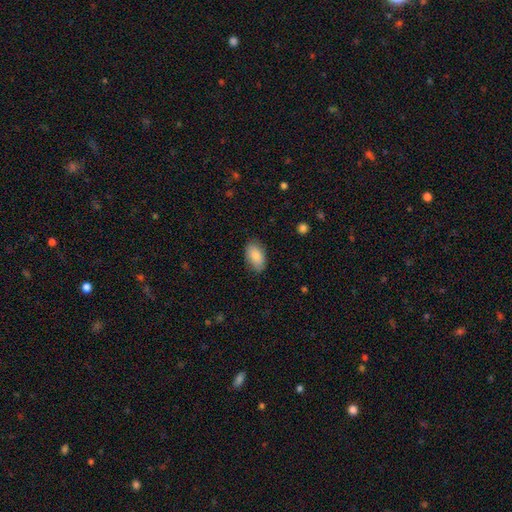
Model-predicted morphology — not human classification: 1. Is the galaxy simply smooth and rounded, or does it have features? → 86% smooth, 7% featured or disk, 6% star or artifact.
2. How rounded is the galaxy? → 93% in between, 5% round, 2% cigar-shaped.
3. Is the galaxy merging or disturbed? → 81% none, 15% minor disturbance, 3% major disturbance, 1% merger.